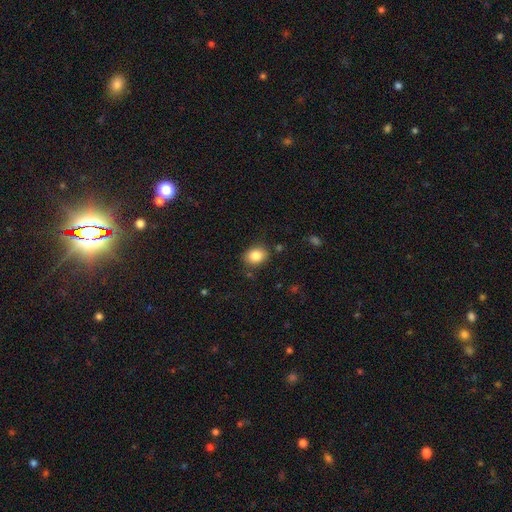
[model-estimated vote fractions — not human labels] This is clearly a smooth galaxy (85%). How rounded: possibly in between (54%). Merging: clearly none (82%).